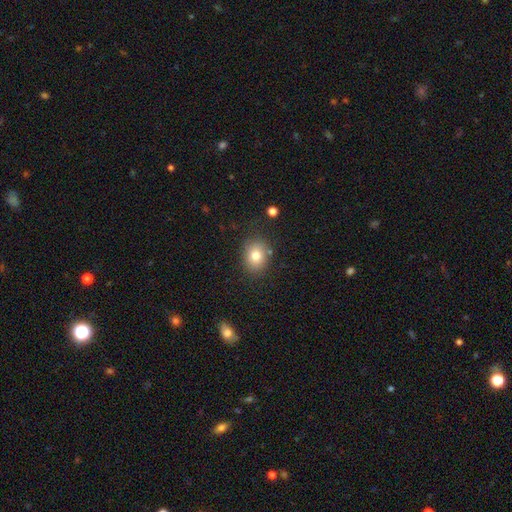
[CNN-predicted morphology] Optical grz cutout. It shows a smooth galaxy with no disk features (79%) that is in between round and cigar-shaped (50%). Merging: none (81%).